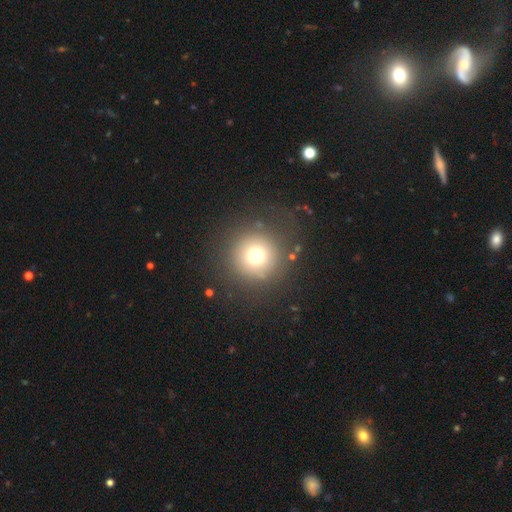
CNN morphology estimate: A smooth galaxy with no disk features (71%) that is round (96%).

Vote fractions:
- Smooth or featured? smooth: 71% / star or artifact: 17% / featured or disk: 12%
- How rounded? round: 96% / in between: 3% / cigar-shaped: 1%
- Merging? none: 83% / minor disturbance: 9% / major disturbance: 7% / merger: 2%